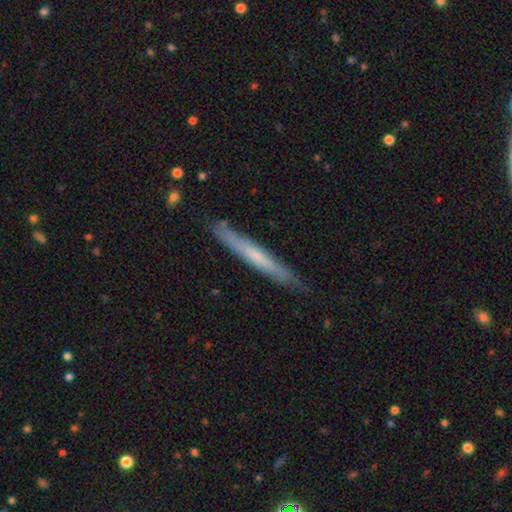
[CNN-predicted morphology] Smooth or featured: smooth — 50% (featured or disk — 45%)
Merging: none — 84% (minor disturbance — 12%)